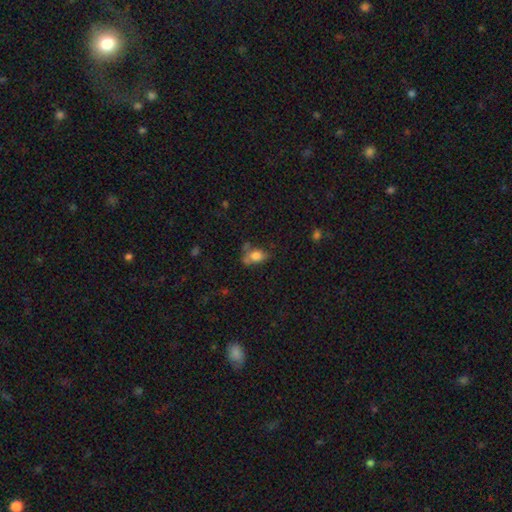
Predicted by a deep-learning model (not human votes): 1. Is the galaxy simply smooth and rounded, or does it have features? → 74% smooth, 15% featured or disk, 11% star or artifact.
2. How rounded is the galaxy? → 77% in between, 20% round, 3% cigar-shaped.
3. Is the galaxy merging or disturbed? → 42% none, 27% minor disturbance, 18% merger, 14% major disturbance.